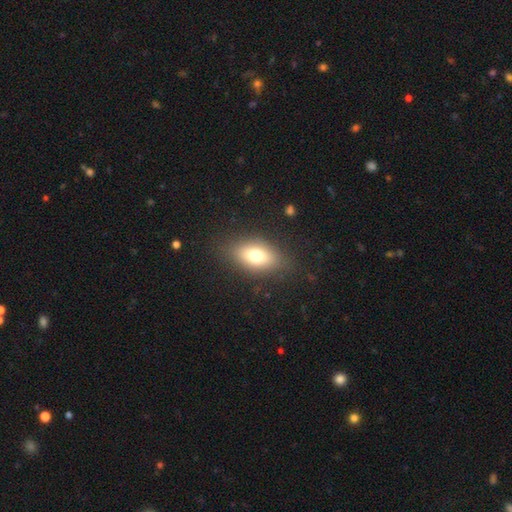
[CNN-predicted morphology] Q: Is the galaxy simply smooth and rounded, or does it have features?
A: smooth — 73%.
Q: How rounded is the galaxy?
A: in between — 84%.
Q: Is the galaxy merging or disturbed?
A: none — 82%.